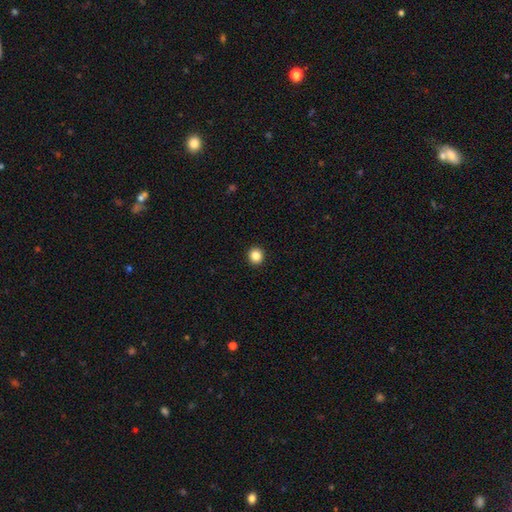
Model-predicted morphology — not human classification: smooth 85%, star or artifact 10%, featured or disk 4%. Down the decision tree: how rounded — round (91%); merging — none (94%).